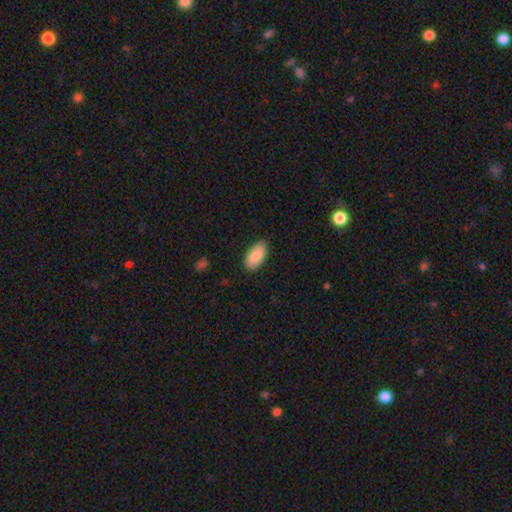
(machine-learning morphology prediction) The model was most divided on "merging": none: 85%, minor disturbance: 12%, major disturbance: 2%, merger: 1%. More confident: how rounded — in between (93%); smooth or featured — smooth (87%).